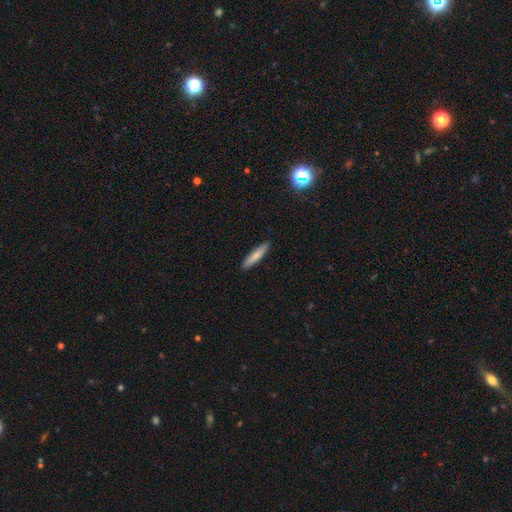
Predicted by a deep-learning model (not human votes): Q: Smooth or featured?
A: smooth (76%); runner-up: featured or disk (18%)
Q: How rounded?
A: cigar-shaped (87%); runner-up: in between (11%)
Q: Merging?
A: none (90%); runner-up: minor disturbance (7%)